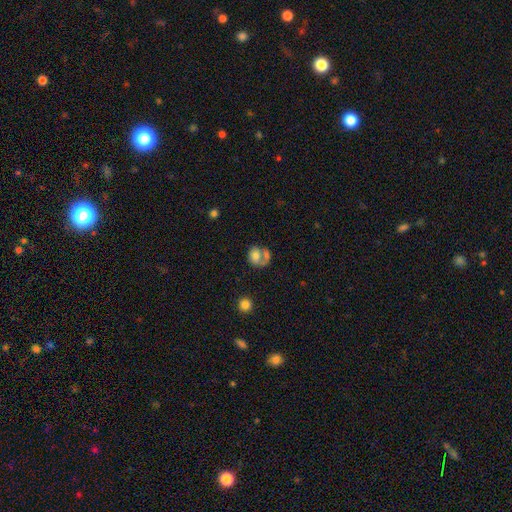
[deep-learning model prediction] Smooth or featured? Predicted: smooth (p=0.58). How rounded? Predicted: round (p=0.56). Merging? Predicted: merger (p=0.40).